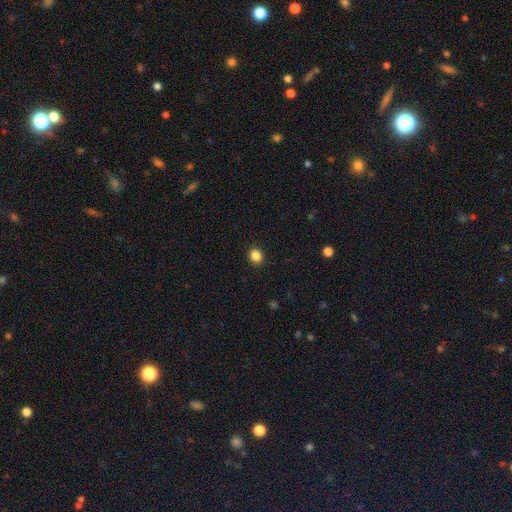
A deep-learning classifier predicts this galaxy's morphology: This appears to be a smooth galaxy with no disk features (85%) that is round (69%). Merging: none (91%).